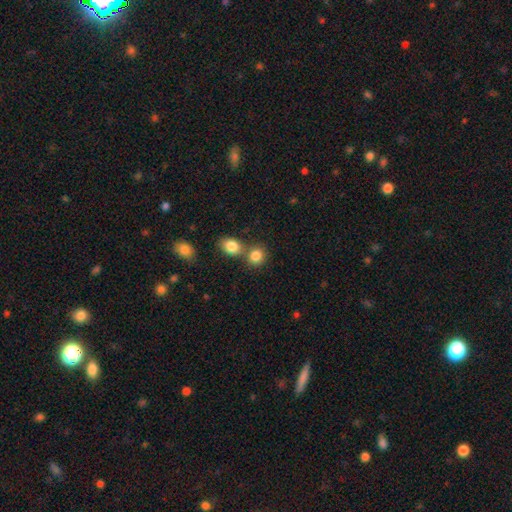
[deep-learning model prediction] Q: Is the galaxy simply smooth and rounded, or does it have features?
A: smooth — 83%.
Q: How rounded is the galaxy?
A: round — 76%.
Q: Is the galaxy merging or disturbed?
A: none — 53%.